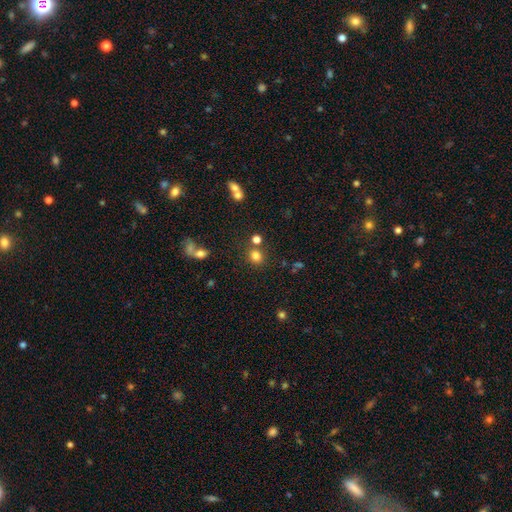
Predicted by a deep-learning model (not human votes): Smooth or featured? smooth (80%)
How rounded? round (80%)
Merging? none (73%)